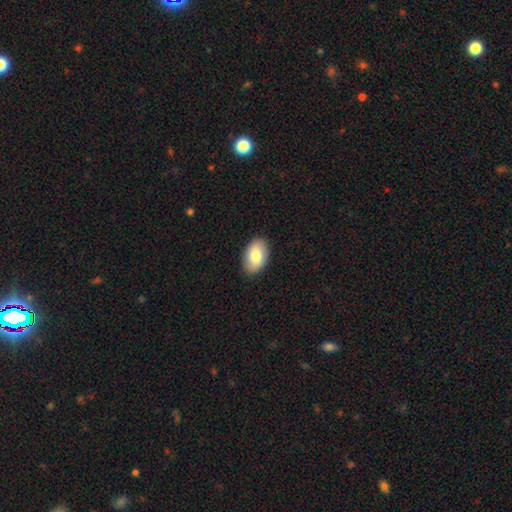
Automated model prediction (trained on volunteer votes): A smooth galaxy with no disk features (79%) that is in between round and cigar-shaped (92%).

Vote fractions:
- Smooth or featured? smooth: 79% / featured or disk: 15% / star or artifact: 6%
- How rounded? in between: 92% / round: 7% / cigar-shaped: 1%
- Merging? none: 89% / minor disturbance: 8% / major disturbance: 2% / merger: 1%